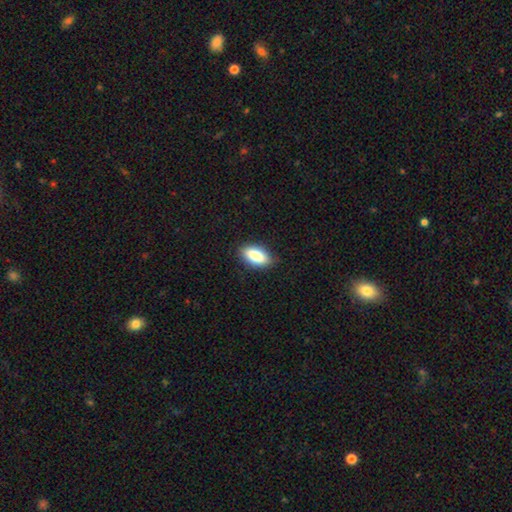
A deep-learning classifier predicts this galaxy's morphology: A smooth galaxy with no disk features (81%) that is in between round and cigar-shaped (89%). Merging: none (86%).